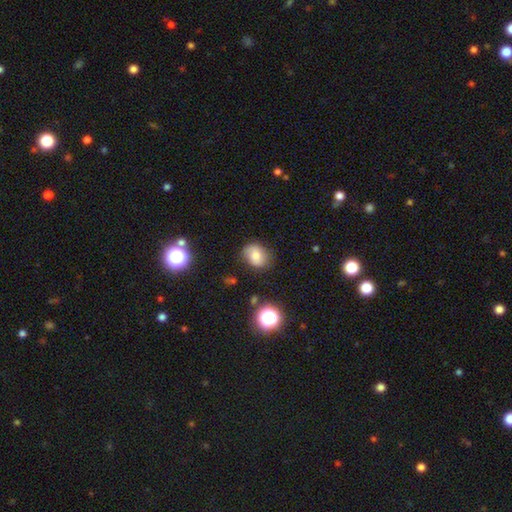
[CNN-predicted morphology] A smooth galaxy with no disk features (74%) that is in between round and cigar-shaped (56%).

Vote fractions:
- Smooth or featured? smooth: 74% / featured or disk: 14% / star or artifact: 12%
- How rounded? in between: 56% / round: 43% / cigar-shaped: 1%
- Merging? none: 77% / minor disturbance: 17% / major disturbance: 4% / merger: 2%